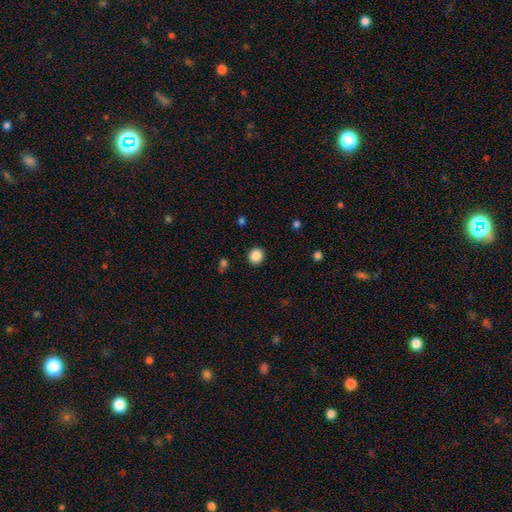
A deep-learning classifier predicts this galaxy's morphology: type=smooth (87%); roundness=round (88%); merging=none (91%).